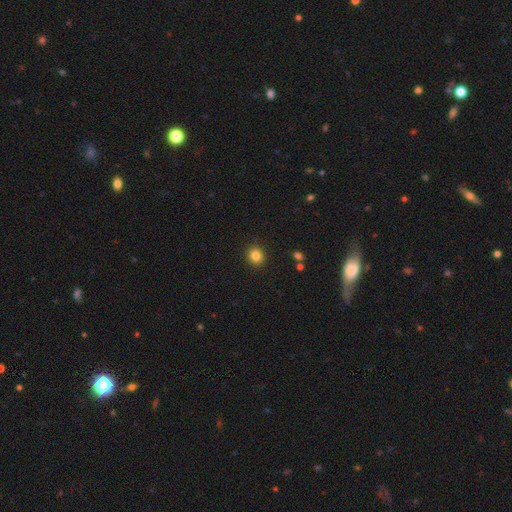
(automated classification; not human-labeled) This is clearly a smooth galaxy (83%). How rounded: clearly round (84%). Merging: clearly none (91%).